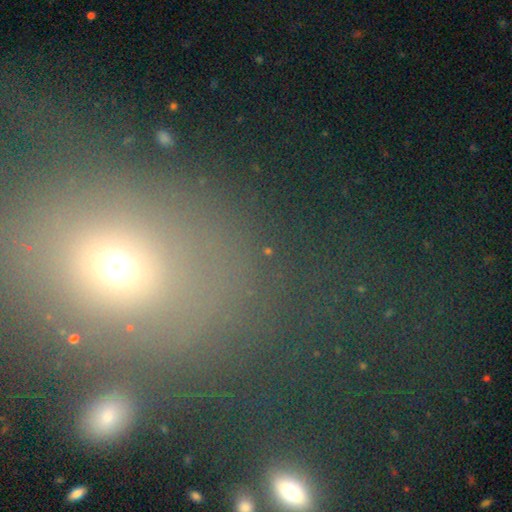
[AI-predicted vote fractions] A smooth galaxy with no disk features (57%) that is round (55%). Merging: none (62%).